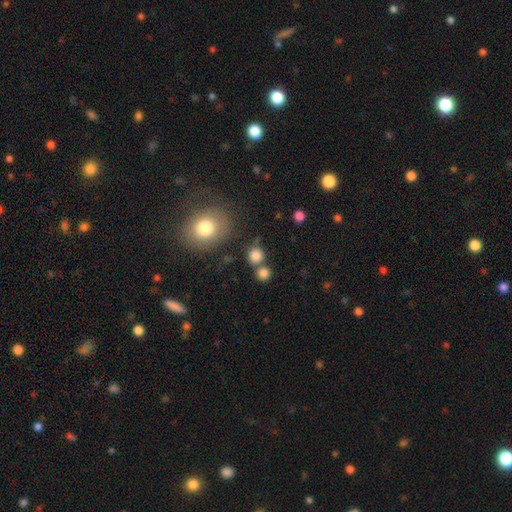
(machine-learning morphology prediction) The model was most divided on "merging": none: 68%, merger: 20%, minor disturbance: 8%, major disturbance: 4%. More confident: how rounded — round (88%); smooth or featured — smooth (82%).